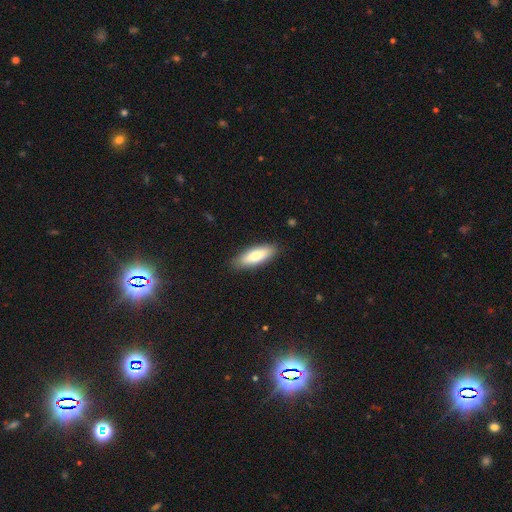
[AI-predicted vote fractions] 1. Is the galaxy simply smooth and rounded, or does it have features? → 76% smooth, 18% featured or disk, 6% star or artifact.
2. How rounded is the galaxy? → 62% in between, 36% cigar-shaped, 2% round.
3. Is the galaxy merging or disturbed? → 88% none, 9% minor disturbance, 2% major disturbance, 1% merger.